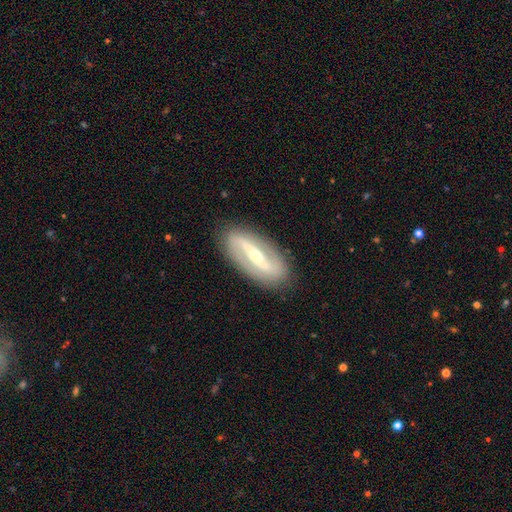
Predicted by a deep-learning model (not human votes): Smooth or featured?
  - featured or disk: 84% *
  - smooth: 12%
  - star or artifact: 5%
Edge-on disk?
  - no: 86% *
  - yes: 14%
Bar?
  - strong: 67% *
  - weak: 21%
  - no: 12%
Spiral arms?
  - yes: 81% *
  - no: 19%
Spiral winding?
  - loose: 47% *
  - medium: 32%
  - tight: 21%
Spiral arm count?
  - 2: 89% *
  - can't tell: 6%
  - 1: 2%
  - 3: 1%
  - 4: 1%
  - more than 4: 1%
Bulge size?
  - small: 56% *
  - moderate: 40%
  - large: 2%
  - none: 1%
  - dominant: 1%
Merging?
  - none: 87% *
  - minor disturbance: 9%
  - major disturbance: 2%
  - merger: 1%